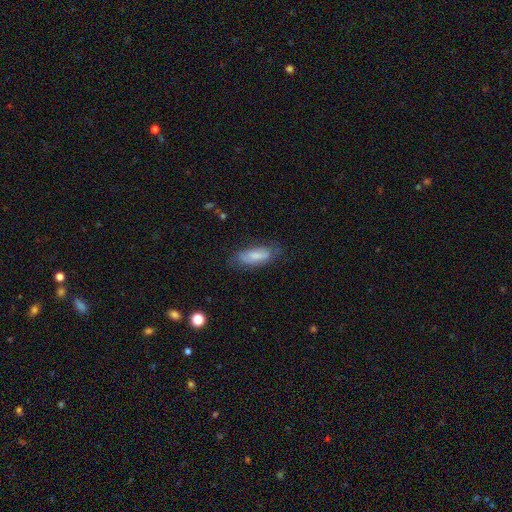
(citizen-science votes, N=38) Volunteers were most divided on "smooth or featured": smooth: 61%, featured or disk: 39%, star or artifact: 0%. More confident: merging — none (76%); how rounded — in between (74%).